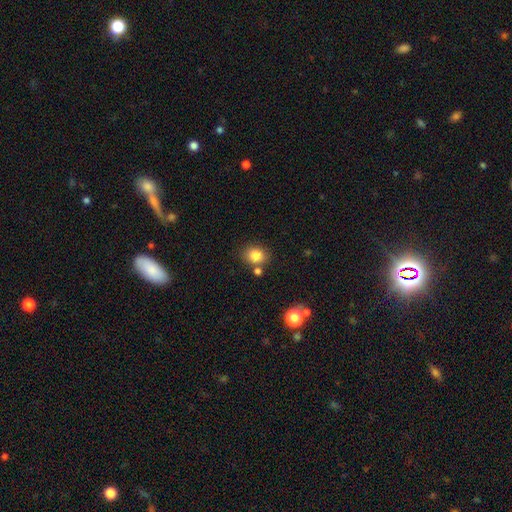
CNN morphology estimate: Smooth or featured: smooth — 83% (star or artifact — 11%)
How rounded: round — 58% (in between — 42%)
Merging: none — 73% (merger — 12%)